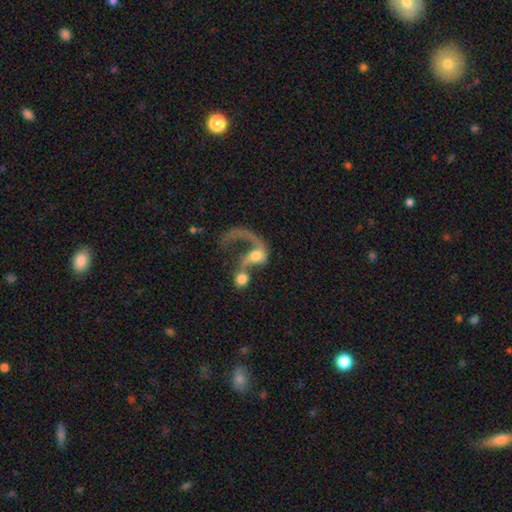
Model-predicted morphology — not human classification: The model was most divided on "merging": merger: 56%, major disturbance: 24%, none: 13%, minor disturbance: 6%. More confident: edge-on disk — no (96%); spiral arms — yes (76%); bar — no (66%); smooth or featured — featured or disk (64%); bulge size — moderate (53%).